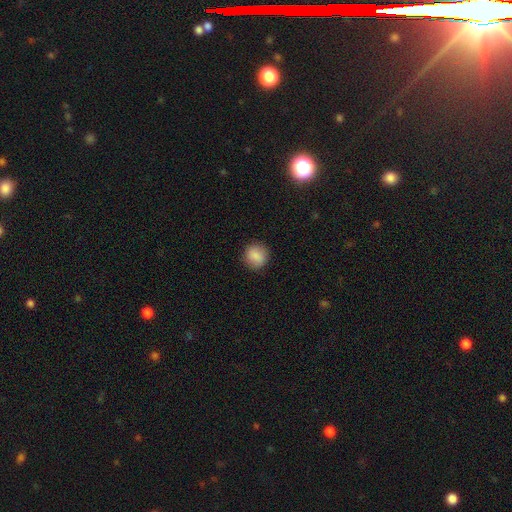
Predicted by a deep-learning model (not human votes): This appears to be a smooth galaxy with no disk features (87%) that is round (87%). Merging: none (88%).